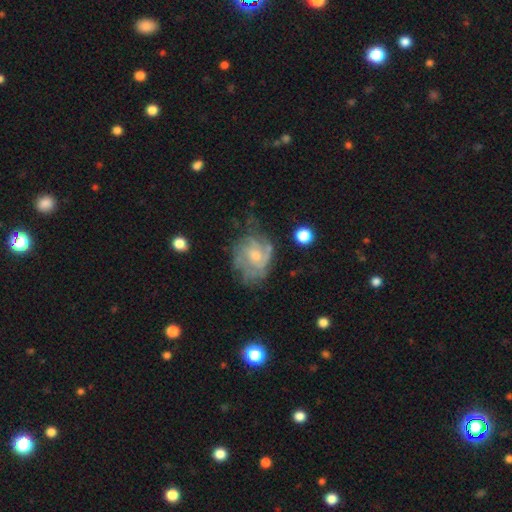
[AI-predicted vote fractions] This is likely a featured or disk galaxy (76%). It is clearly not viewed edge-on (97%). Bar: likely no (67%). Spiral arm pattern: clearly yes (85%). Spiral arm count: marginally can't tell (43%). Spiral winding: possibly tight (50%). Central bulge: possibly moderate (50%). Merging: possibly none (52%).